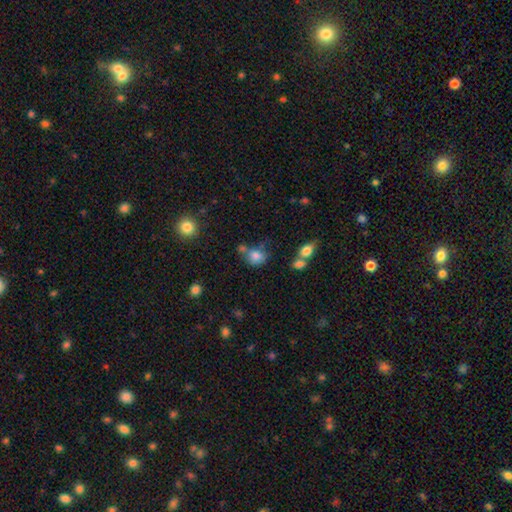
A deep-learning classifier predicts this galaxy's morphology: Q: Smooth or featured?
A: smooth (80%); runner-up: star or artifact (11%)
Q: How rounded?
A: round (62%); runner-up: in between (37%)
Q: Merging?
A: none (46%); runner-up: merger (26%)